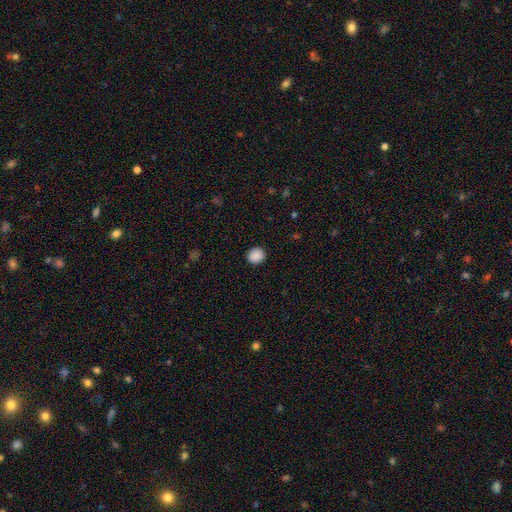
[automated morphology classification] The model was most divided on "how rounded": round: 87%, in between: 12%, cigar-shaped: 1%. More confident: merging — none (92%); smooth or featured — smooth (89%).